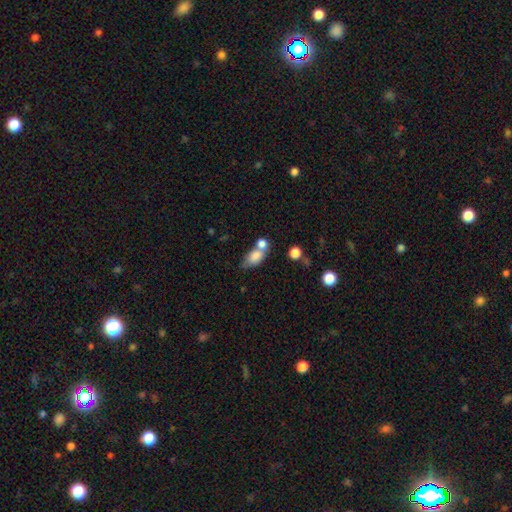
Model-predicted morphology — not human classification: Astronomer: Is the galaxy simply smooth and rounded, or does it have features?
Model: smooth — 79%.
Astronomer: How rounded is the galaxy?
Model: in between — 82%.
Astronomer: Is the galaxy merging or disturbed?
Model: merger — 45% (runner-up: none, 33%).